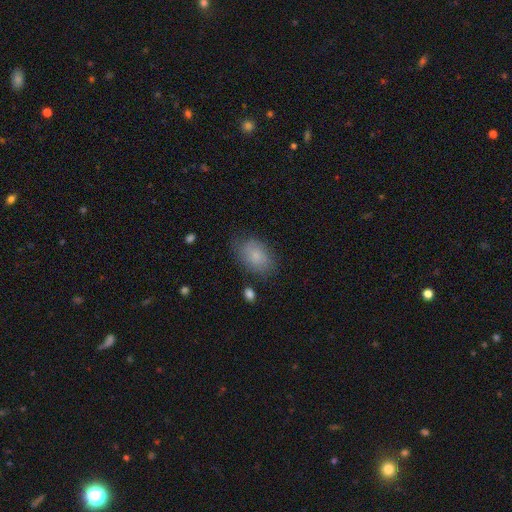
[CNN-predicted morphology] Smooth or featured: smooth — 75% (featured or disk — 17%)
How rounded: in between — 84% (round — 15%)
Merging: none — 67% (minor disturbance — 23%)